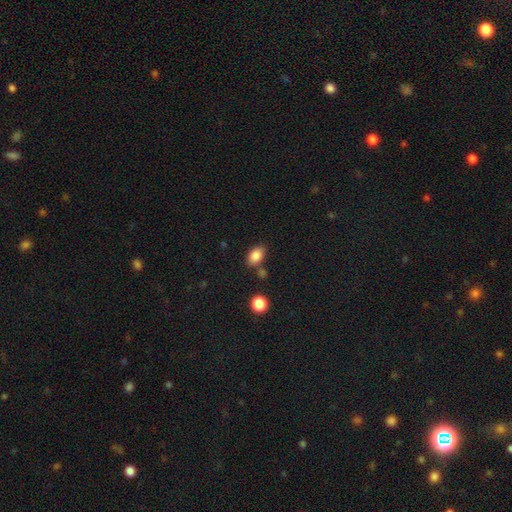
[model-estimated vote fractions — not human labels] The model was most divided on "merging": none: 72%, minor disturbance: 14%, merger: 10%, major disturbance: 4%. More confident: smooth or featured — smooth (86%); how rounded — in between (84%).